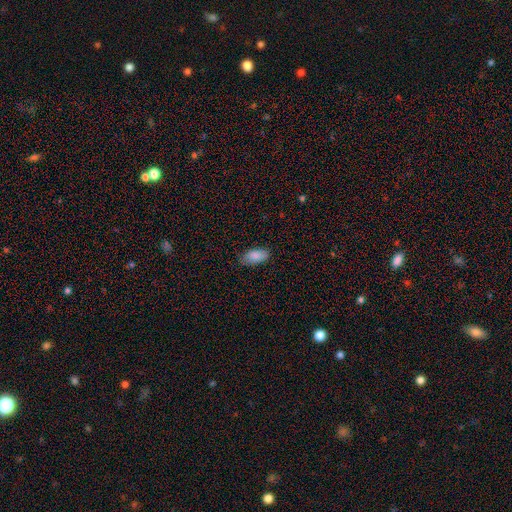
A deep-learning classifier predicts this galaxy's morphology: Smooth or featured: smooth — 88% (star or artifact — 7%)
How rounded: in between — 93% (cigar-shaped — 5%)
Merging: none — 80% (minor disturbance — 16%)